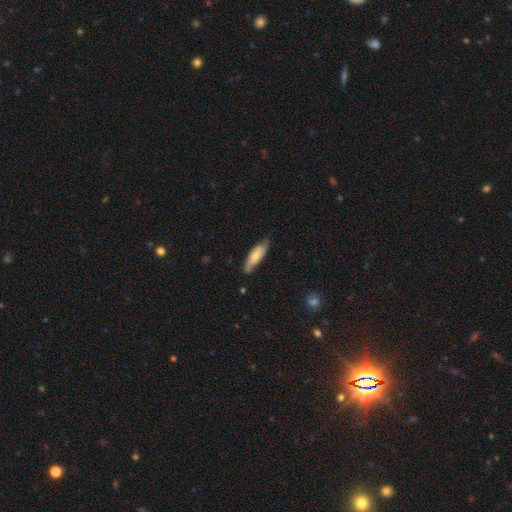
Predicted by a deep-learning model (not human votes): The model was most divided on "how rounded" (2-way tie): cigar-shaped: 49%, in between: 49%, round: 2%. More confident: merging — none (67%); smooth or featured — smooth (64%).